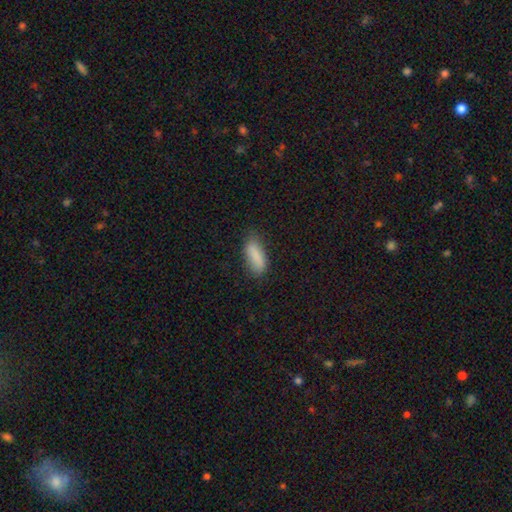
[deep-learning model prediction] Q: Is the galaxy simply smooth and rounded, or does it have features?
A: smooth — 85%.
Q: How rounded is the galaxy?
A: in between — 71%.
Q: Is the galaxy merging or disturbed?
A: none — 70%.